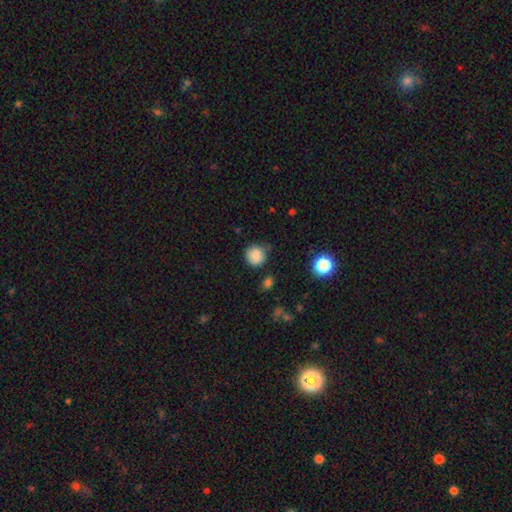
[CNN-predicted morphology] This appears to be a smooth galaxy with no disk features (85%) that is round (88%). Merging: none (72%).